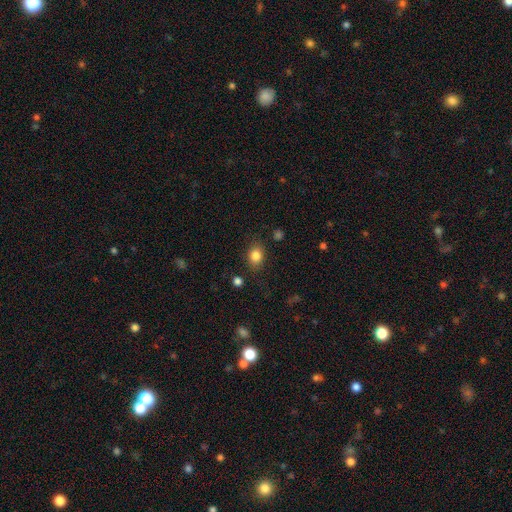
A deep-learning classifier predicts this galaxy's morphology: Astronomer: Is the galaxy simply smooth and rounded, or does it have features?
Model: smooth — 83%.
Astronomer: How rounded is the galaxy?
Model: round — 52% (runner-up: in between, 47%).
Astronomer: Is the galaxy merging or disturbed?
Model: none — 83%.